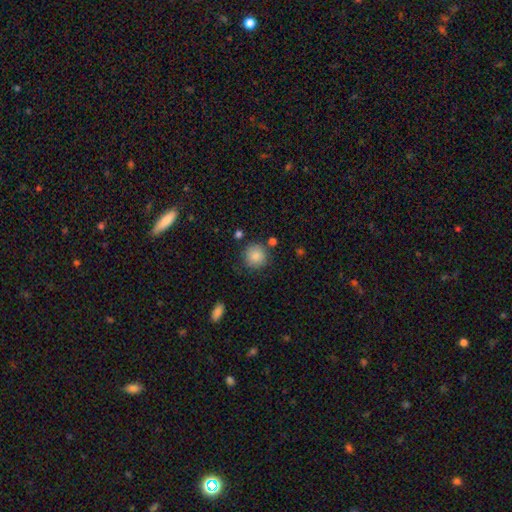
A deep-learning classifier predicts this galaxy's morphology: The model was most divided on "merging": none: 82%, minor disturbance: 10%, merger: 4%, major disturbance: 3%. More confident: how rounded — round (92%); smooth or featured — smooth (86%).